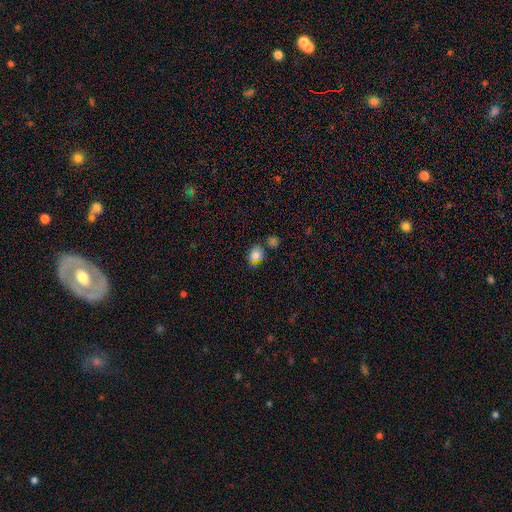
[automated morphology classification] smooth-or-featured: smooth: 80% | star or artifact: 14% | featured or disk: 6%
  how-rounded: round: 50% | in between: 49% | cigar-shaped: 1%
  merging: none: 66% | minor disturbance: 18% | merger: 11% | major disturbance: 5%